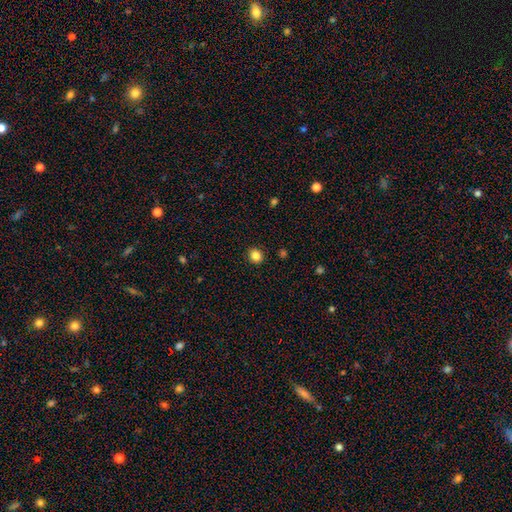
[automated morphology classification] This appears to be a smooth galaxy with no disk features (84%) that is round (81%). Merging: none (91%).